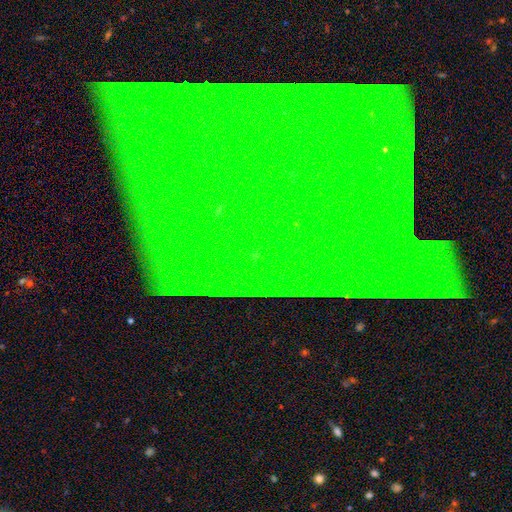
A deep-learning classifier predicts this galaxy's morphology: Smooth or featured? Predicted: star or artifact (p=0.86).